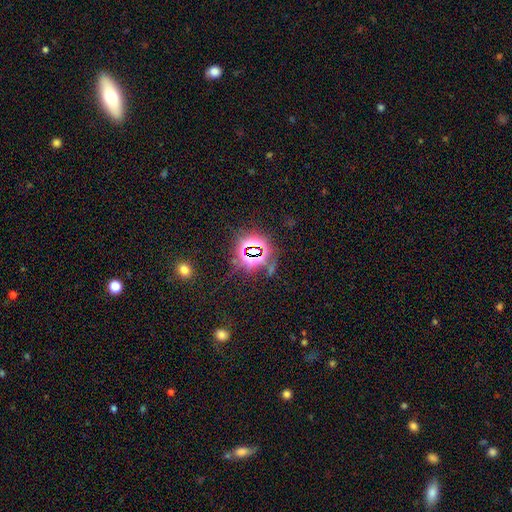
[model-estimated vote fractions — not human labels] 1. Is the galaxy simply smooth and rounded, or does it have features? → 79% star or artifact, 13% smooth, 8% featured or disk.